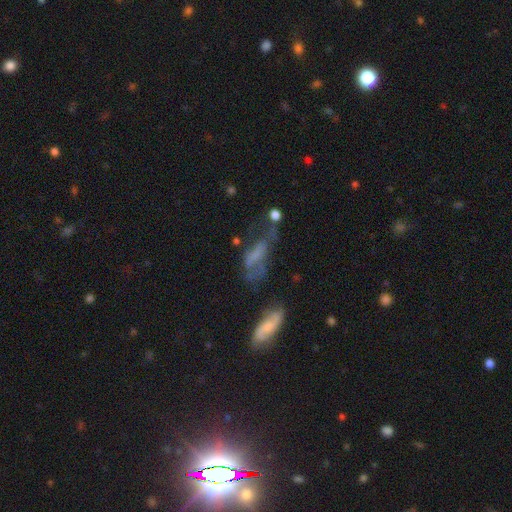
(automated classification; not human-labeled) smooth_or_featured: featured or disk (p=0.44) [alt: smooth p=0.40]
merging: major disturbance (p=0.36) [alt: none p=0.28]